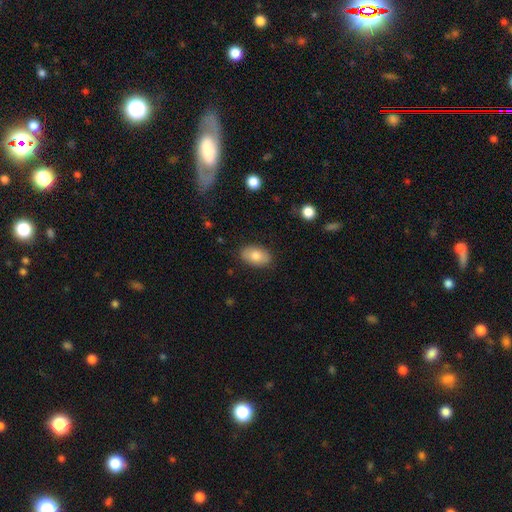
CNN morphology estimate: Smooth or featured? Predicted: smooth (p=0.79). How rounded? Predicted: in between (p=0.91). Merging? Predicted: none (p=0.86).